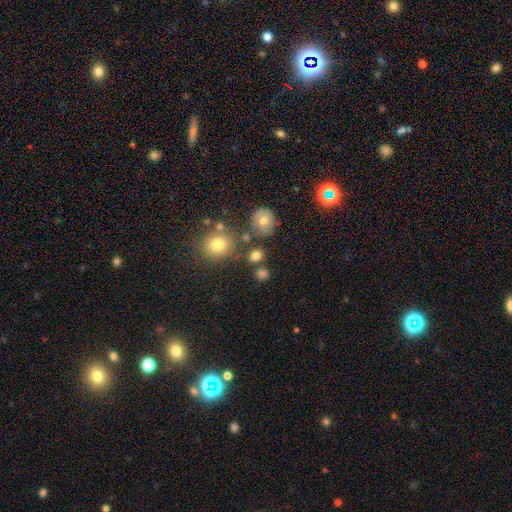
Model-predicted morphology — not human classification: This appears to be a smooth galaxy with no disk features (78%) that is round (78%). Merging: none (72%).